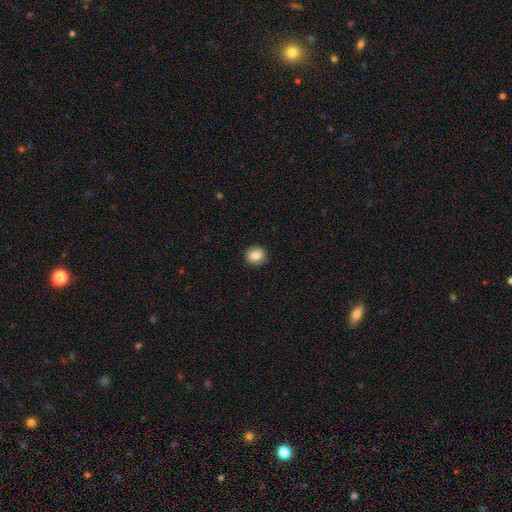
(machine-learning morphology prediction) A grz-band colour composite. It shows a smooth galaxy with no disk features (85%) that is round (84%). Merging: none (91%).